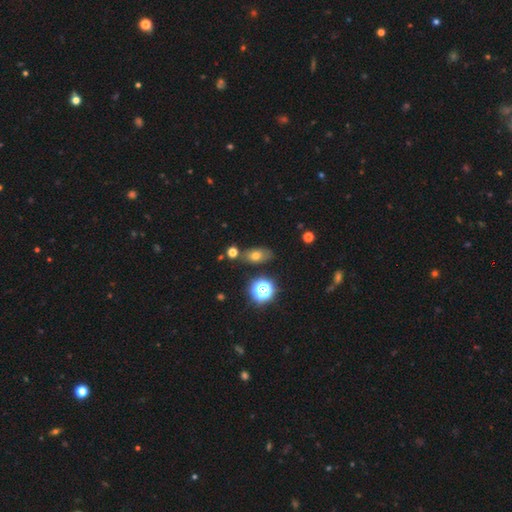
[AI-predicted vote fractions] This appears to be a smooth galaxy with no disk features (66%) that is in between round and cigar-shaped (76%). Merging: none (74%).